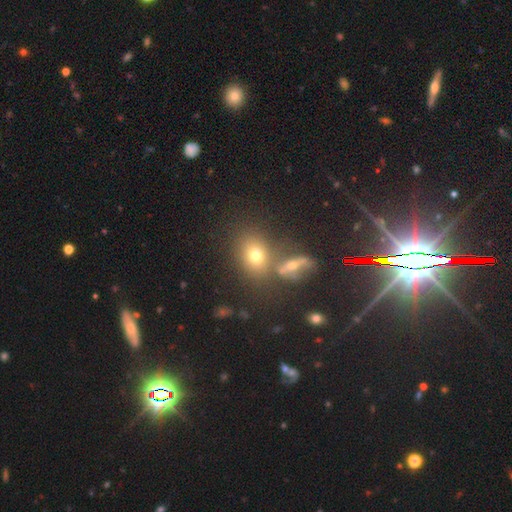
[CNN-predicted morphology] Smooth or featured: smooth — 68% (featured or disk — 18%)
How rounded: in between — 55% (round — 42%)
Merging: none — 60% (merger — 24%)